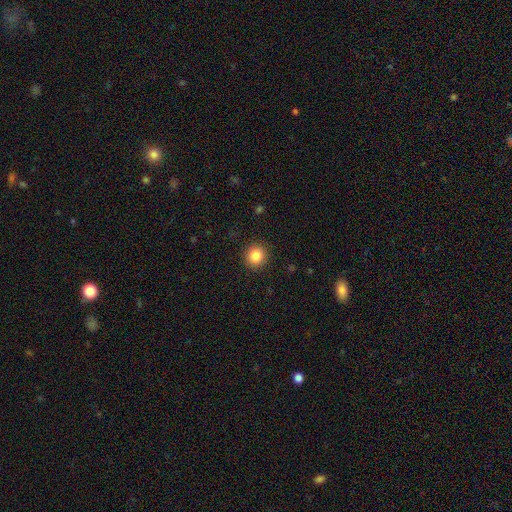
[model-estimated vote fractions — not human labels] This is clearly a smooth galaxy (85%). How rounded: clearly round (92%). Merging: clearly none (91%).